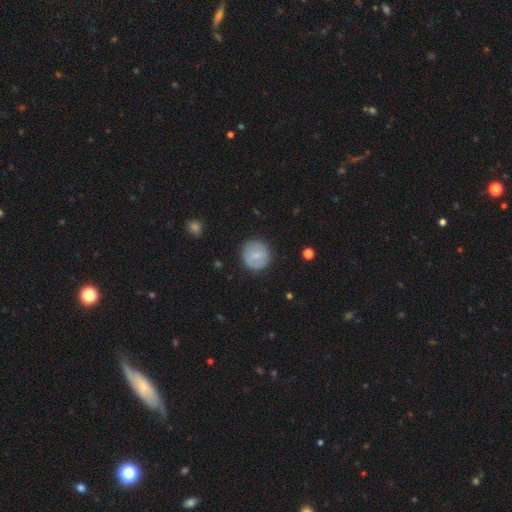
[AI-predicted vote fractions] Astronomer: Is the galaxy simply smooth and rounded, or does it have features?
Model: smooth — 68%.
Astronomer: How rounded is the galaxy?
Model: round — 92%.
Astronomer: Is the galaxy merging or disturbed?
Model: none — 87%.